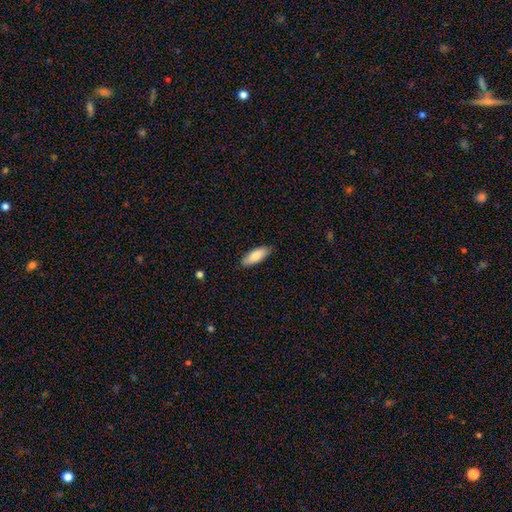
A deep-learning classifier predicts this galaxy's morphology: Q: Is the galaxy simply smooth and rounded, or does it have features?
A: smooth — 82%.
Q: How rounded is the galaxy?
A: in between — 71%.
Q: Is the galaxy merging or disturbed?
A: none — 85%.